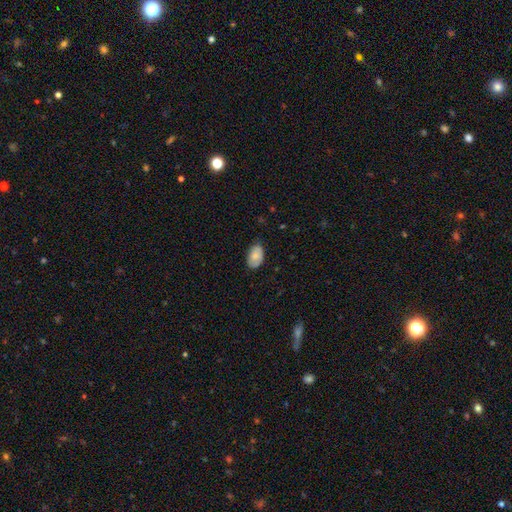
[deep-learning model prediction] Overall: smooth (75%). How rounded: in between (91%). Merging: none (72%).